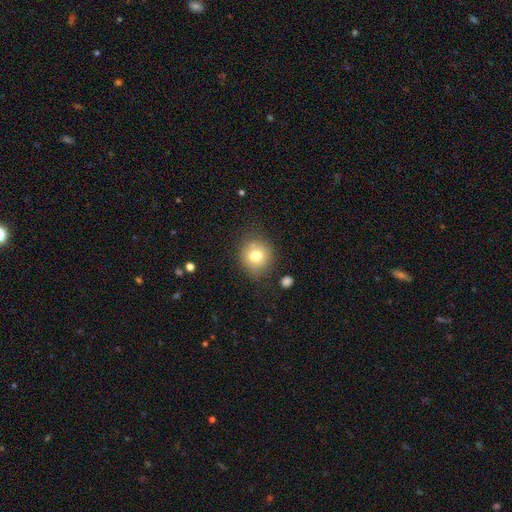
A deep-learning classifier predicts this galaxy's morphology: Smooth or featured: smooth — 74% (featured or disk — 15%)
How rounded: round — 83% (in between — 16%)
Merging: none — 77% (minor disturbance — 15%)